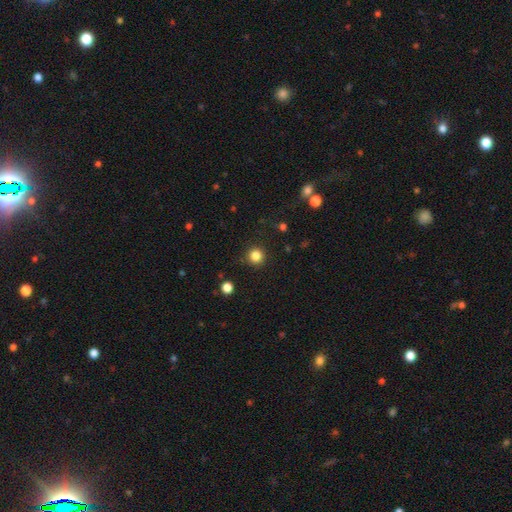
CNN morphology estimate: smooth_or_featured: smooth (p=0.84) [alt: star or artifact p=0.12]
how_rounded: round (p=0.95) [alt: in between p=0.04]
merging: none (p=0.91) [alt: minor disturbance p=0.06]